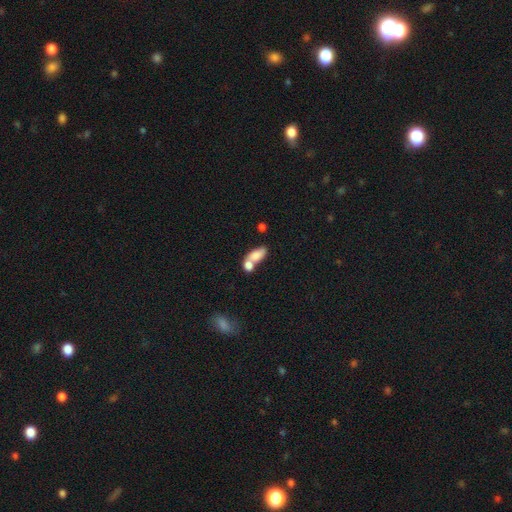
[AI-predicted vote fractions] Smooth or featured? smooth (77%)
How rounded? in between (85%)
Merging? merger (58%)